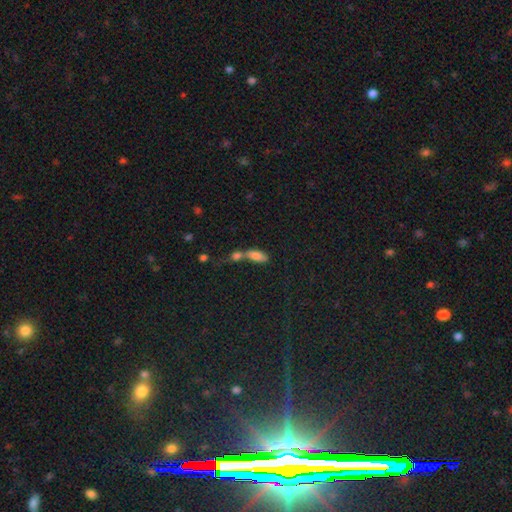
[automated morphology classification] Smooth or featured: smooth — 78% (featured or disk — 11%)
How rounded: in between — 80% (cigar-shaped — 15%)
Merging: merger — 63% (none — 22%)